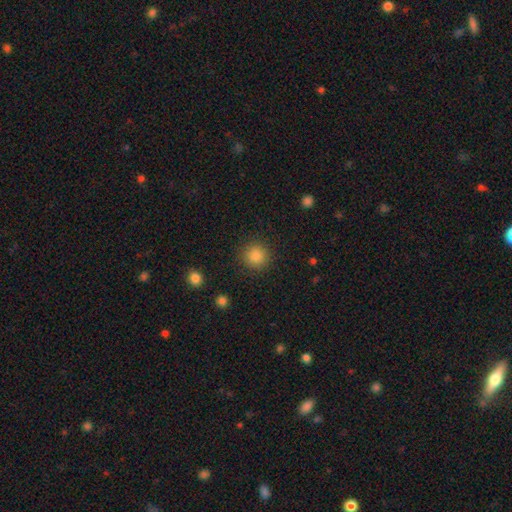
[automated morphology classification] Overall: smooth (84%). How rounded: round (94%). Merging: none (91%).